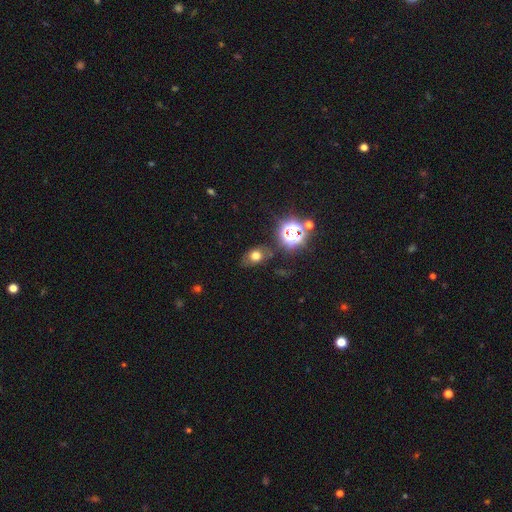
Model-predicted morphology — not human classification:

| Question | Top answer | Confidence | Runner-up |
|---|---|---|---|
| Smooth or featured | smooth | 66% | star or artifact (22%) |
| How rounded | in between | 60% | round (39%) |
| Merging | none | 73% | minor disturbance (17%) |